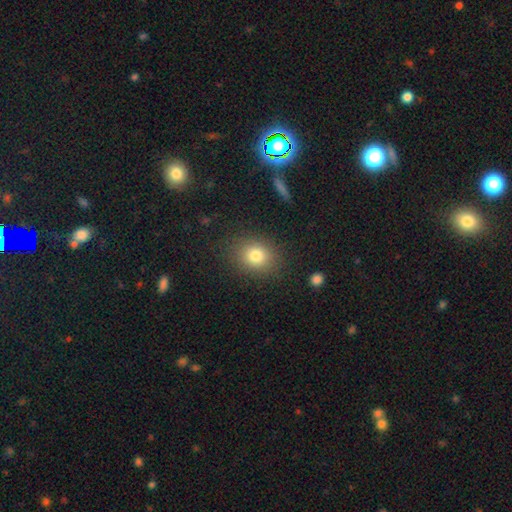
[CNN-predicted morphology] Smooth or featured: smooth — 80% (star or artifact — 11%)
How rounded: round — 59% (in between — 40%)
Merging: none — 85% (minor disturbance — 10%)